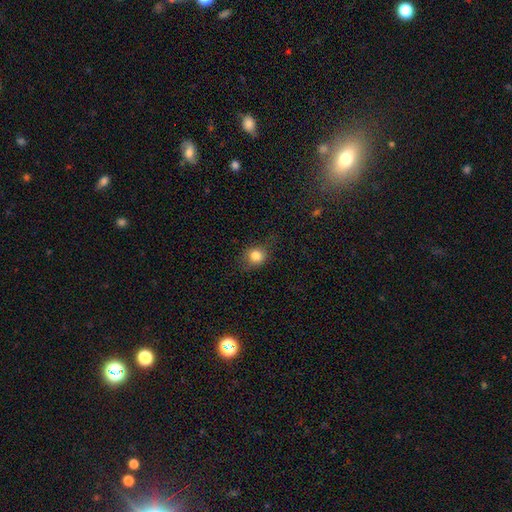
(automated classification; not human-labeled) A smooth galaxy with no disk features (81%) that is round (74%). Merging: none (72%).